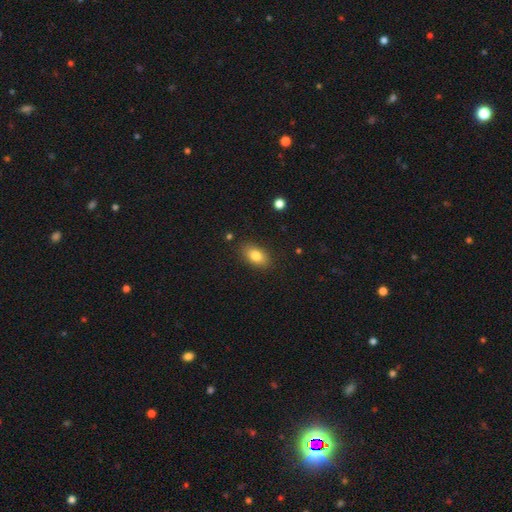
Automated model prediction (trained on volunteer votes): Smooth or featured? smooth (81%)
How rounded? in between (89%)
Merging? none (85%)